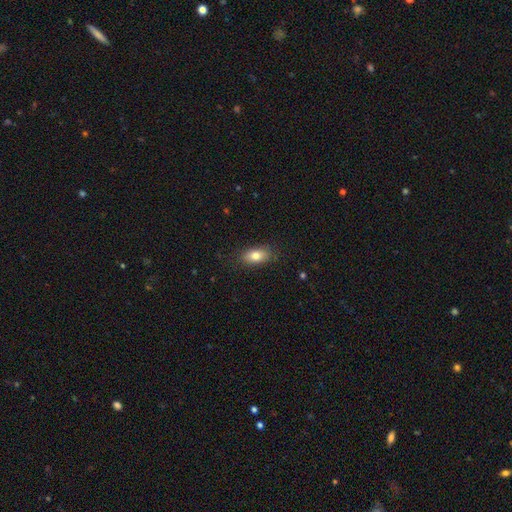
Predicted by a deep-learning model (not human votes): Smooth or featured: smooth — 81% (featured or disk — 11%)
How rounded: in between — 87% (round — 7%)
Merging: none — 85% (minor disturbance — 11%)